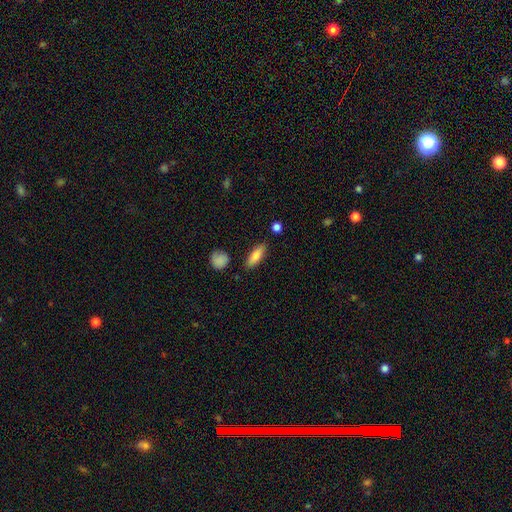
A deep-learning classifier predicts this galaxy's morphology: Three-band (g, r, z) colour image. It shows a smooth galaxy with no disk features (82%) that is in between round and cigar-shaped (61%). Merging: none (84%).